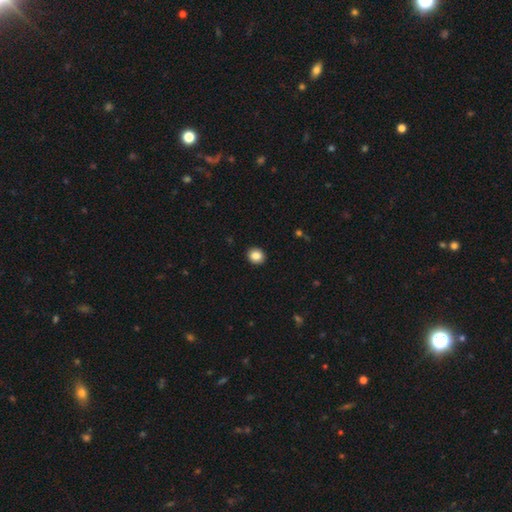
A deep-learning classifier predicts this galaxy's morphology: A smooth galaxy with no disk features (86%) that is round (80%). Merging: none (92%).